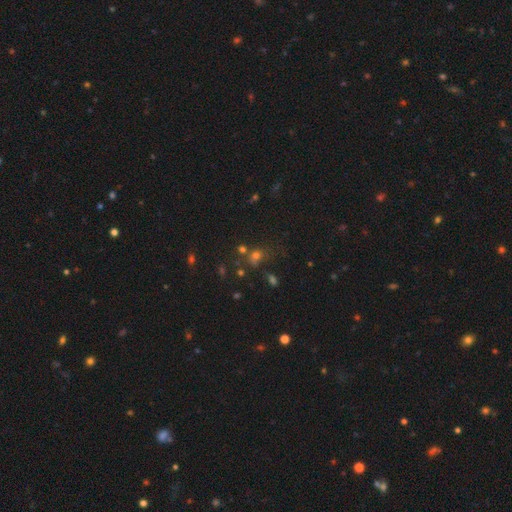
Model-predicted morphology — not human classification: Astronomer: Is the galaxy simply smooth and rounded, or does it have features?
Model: smooth — 52% (runner-up: star or artifact, 36%).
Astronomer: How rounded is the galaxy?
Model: round — 72%.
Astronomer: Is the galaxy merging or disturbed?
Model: none — 54%.